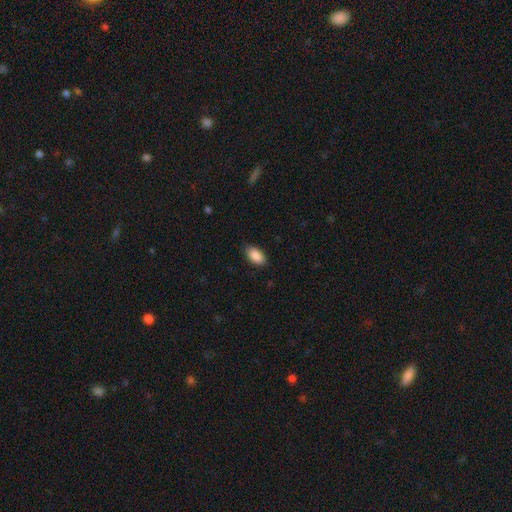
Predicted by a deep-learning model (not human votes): Smooth or featured? smooth (89%)
How rounded? in between (94%)
Merging? none (86%)